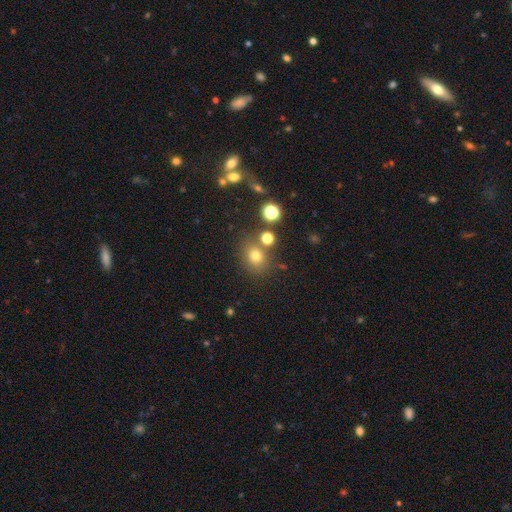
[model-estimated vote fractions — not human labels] This appears to be a smooth galaxy with no disk features (73%) that is round (68%). Merging: none (74%).